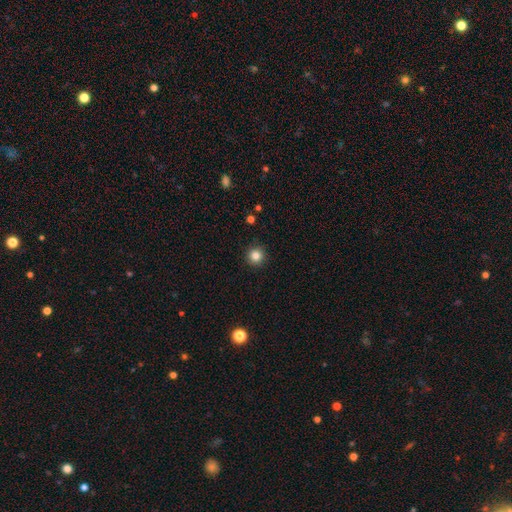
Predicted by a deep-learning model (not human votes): This is clearly a smooth galaxy (84%). How rounded: clearly round (96%). Merging: clearly none (92%).